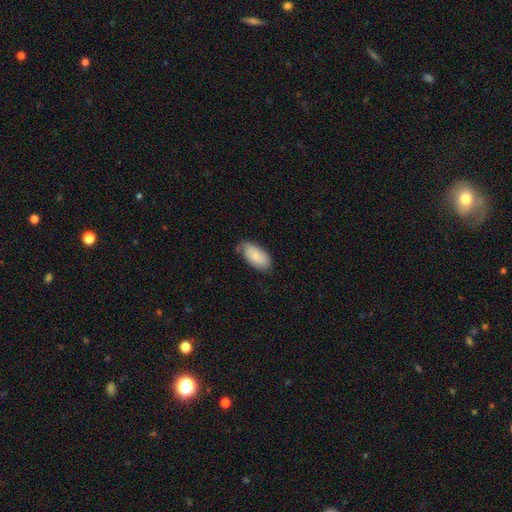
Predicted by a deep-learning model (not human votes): Smooth or featured?
  - smooth: 79% *
  - featured or disk: 15%
  - star or artifact: 6%
How rounded?
  - in between: 94% *
  - cigar-shaped: 4%
  - round: 2%
Merging?
  - none: 69% *
  - minor disturbance: 25%
  - major disturbance: 4%
  - merger: 2%